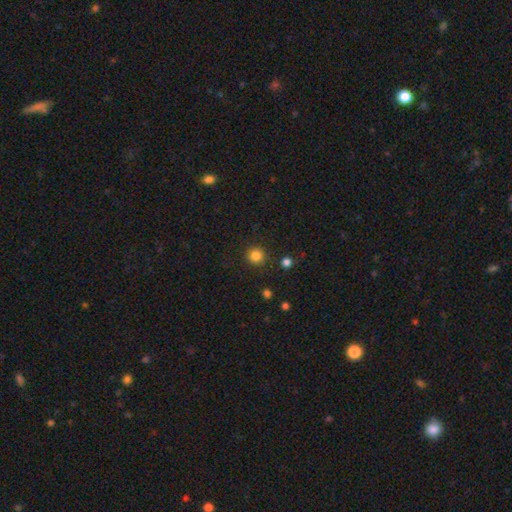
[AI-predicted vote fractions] smooth-or-featured: smooth: 84% | star or artifact: 12% | featured or disk: 4%
  how-rounded: round: 94% | in between: 5% | cigar-shaped: 1%
  merging: none: 90% | minor disturbance: 6% | major disturbance: 2% | merger: 2%